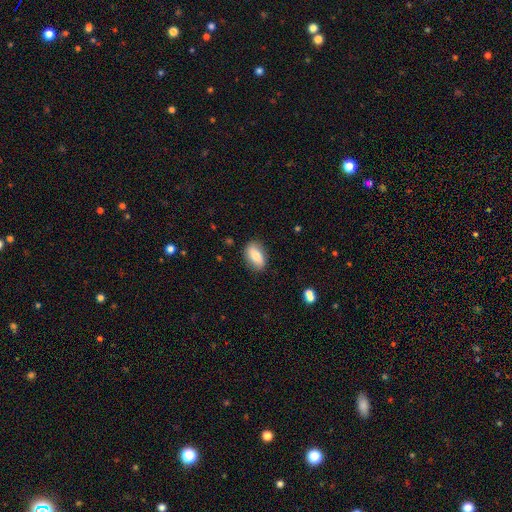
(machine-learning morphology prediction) smooth 71%, featured or disk 22%, star or artifact 7%. Down the decision tree: how rounded — in between (89%); merging — none (84%).